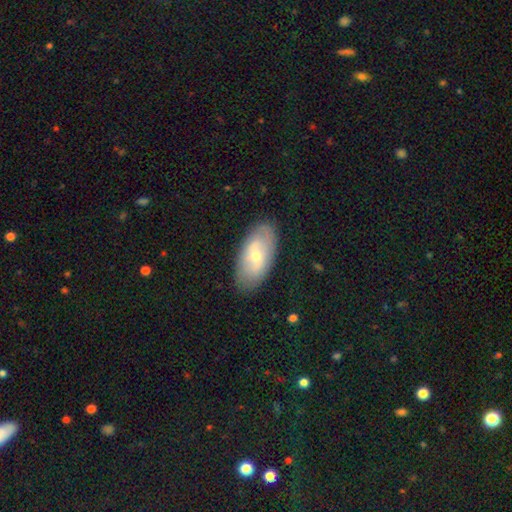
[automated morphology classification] Overall: featured or disk (49%; smooth 44%). Merging: none (84%).